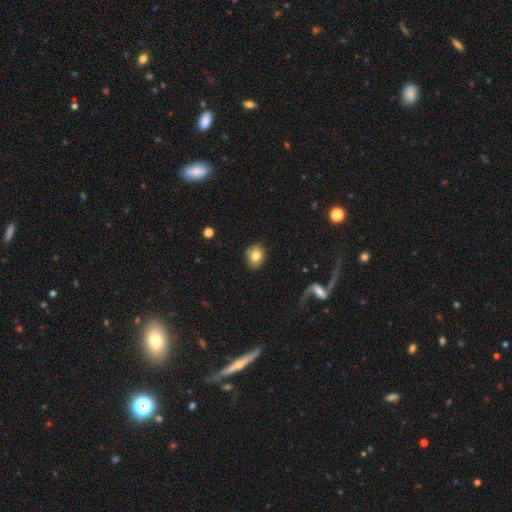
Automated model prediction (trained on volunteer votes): smooth_or_featured: smooth (p=0.77) [alt: featured or disk p=0.14]
how_rounded: round (p=0.57) [alt: in between p=0.41]
merging: none (p=0.80) [alt: minor disturbance p=0.14]